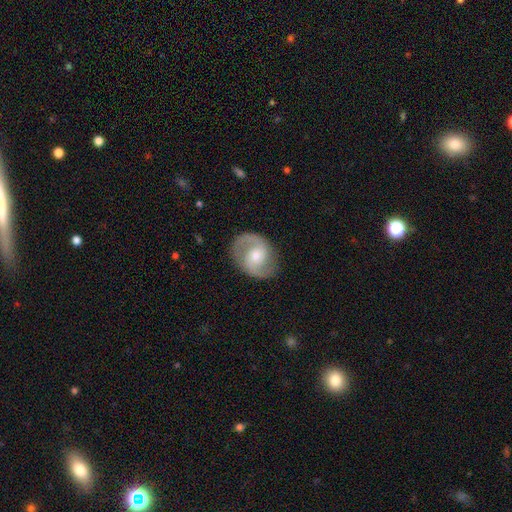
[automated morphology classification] smooth_or_featured: featured or disk (p=0.83) [alt: smooth p=0.12]
disk_edge_on: no (p=0.98) [alt: yes p=0.02]
bar: no (p=0.47) [alt: weak p=0.42]
has_spiral_arms: yes (p=0.95) [alt: no p=0.05]
spiral_winding: medium (p=0.55) [alt: tight p=0.23]
spiral_arm_count: 2 (p=0.91) [alt: can't tell p=0.04]
bulge_size: moderate (p=0.51) [alt: small p=0.43]
merging: none (p=0.82) [alt: minor disturbance p=0.12]